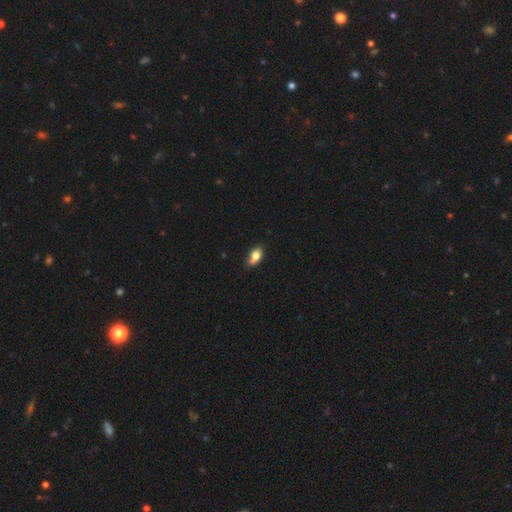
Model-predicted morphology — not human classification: Smooth or featured?
  - smooth: 77% *
  - featured or disk: 14%
  - star or artifact: 9%
How rounded?
  - in between: 85% *
  - round: 11%
  - cigar-shaped: 4%
Merging?
  - none: 58% *
  - minor disturbance: 26%
  - merger: 10%
  - major disturbance: 6%